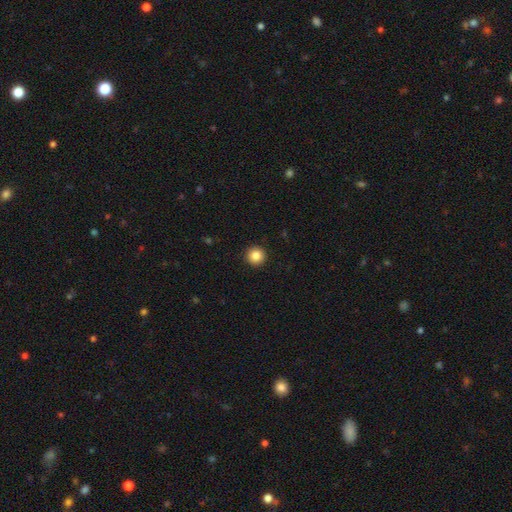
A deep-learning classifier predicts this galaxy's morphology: Smooth or featured? smooth (86%)
How rounded? round (96%)
Merging? none (94%)